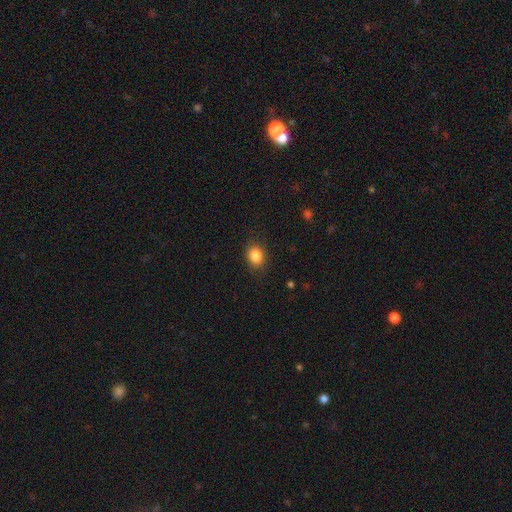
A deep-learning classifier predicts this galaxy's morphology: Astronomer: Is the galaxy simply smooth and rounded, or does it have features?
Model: smooth — 86%.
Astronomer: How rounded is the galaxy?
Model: in between — 51% (runner-up: round, 48%).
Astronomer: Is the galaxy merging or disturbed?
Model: none — 86%.